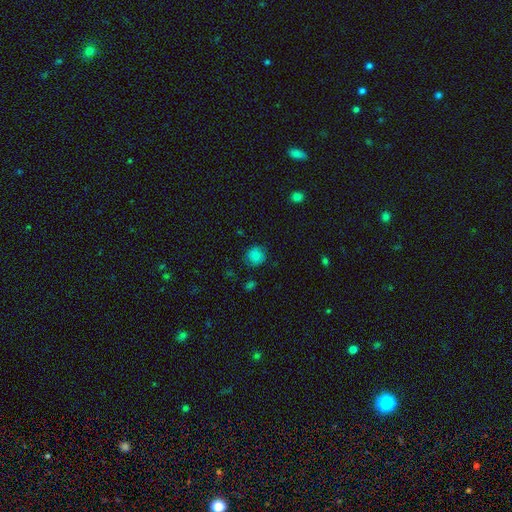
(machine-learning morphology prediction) This appears to be a smooth galaxy with no disk features (83%) that is round (85%). Merging: none (79%).